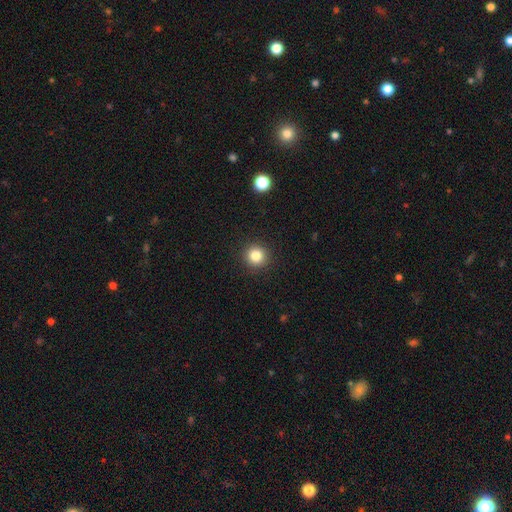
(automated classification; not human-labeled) A smooth galaxy with no disk features (83%) that is round (94%).

Vote fractions:
- Smooth or featured? smooth: 83% / star or artifact: 11% / featured or disk: 5%
- How rounded? round: 94% / in between: 5% / cigar-shaped: 1%
- Merging? none: 92% / minor disturbance: 5% / major disturbance: 2% / merger: 1%